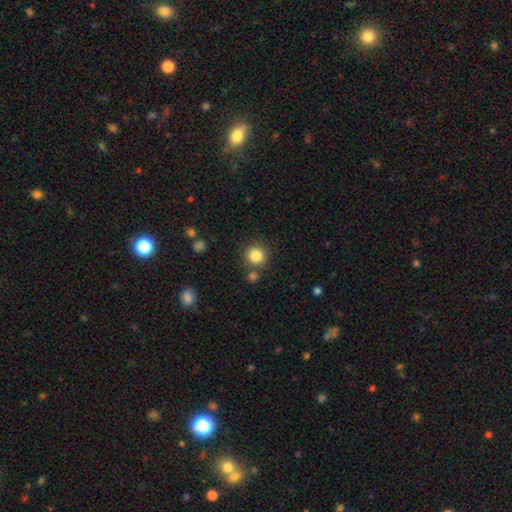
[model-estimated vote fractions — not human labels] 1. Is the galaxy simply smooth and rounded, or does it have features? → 84% smooth, 11% star or artifact, 5% featured or disk.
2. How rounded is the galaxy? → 93% round, 6% in between, 1% cigar-shaped.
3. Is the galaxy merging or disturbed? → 80% none, 9% merger, 8% minor disturbance, 3% major disturbance.